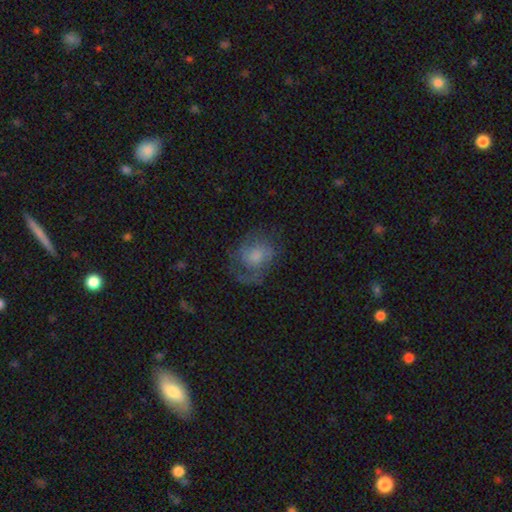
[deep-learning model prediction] This appears to be a featured or disk galaxy (53%) with no bar (72%), spiral arms (79%) and a moderate central bulge (38%). Merging: none (56%).